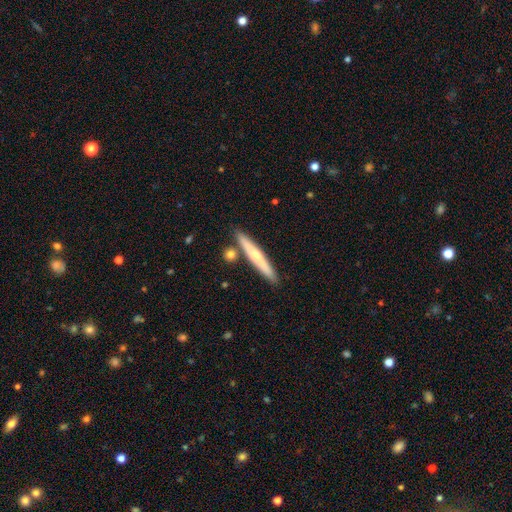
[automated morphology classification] Smooth or featured? smooth (48%)
Merging? none (85%)